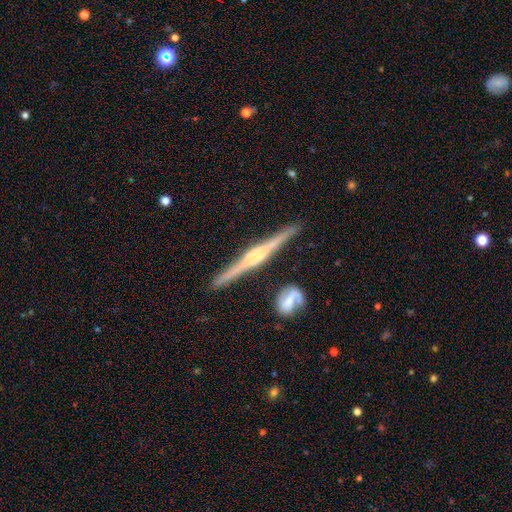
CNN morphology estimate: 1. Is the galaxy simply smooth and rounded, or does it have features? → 83% featured or disk, 12% smooth, 5% star or artifact.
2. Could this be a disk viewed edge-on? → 98% yes, 2% no.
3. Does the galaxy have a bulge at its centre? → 51% rounded, 39% boxy, 10% none.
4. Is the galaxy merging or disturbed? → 88% none, 8% minor disturbance, 3% merger, 2% major disturbance.